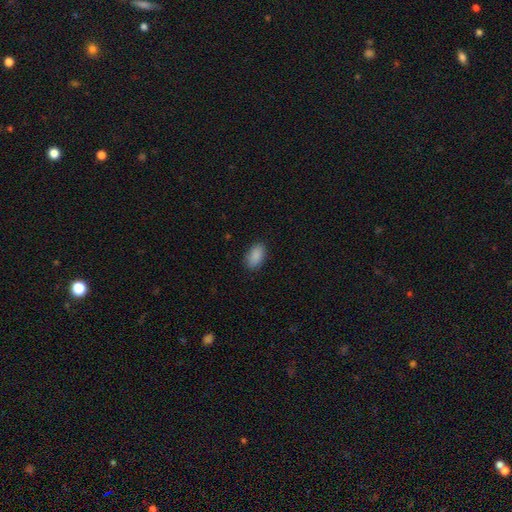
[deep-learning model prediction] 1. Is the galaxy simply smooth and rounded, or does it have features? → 90% smooth, 7% star or artifact, 3% featured or disk.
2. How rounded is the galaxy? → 93% in between, 4% round, 3% cigar-shaped.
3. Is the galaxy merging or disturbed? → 87% none, 10% minor disturbance, 2% major disturbance, 1% merger.